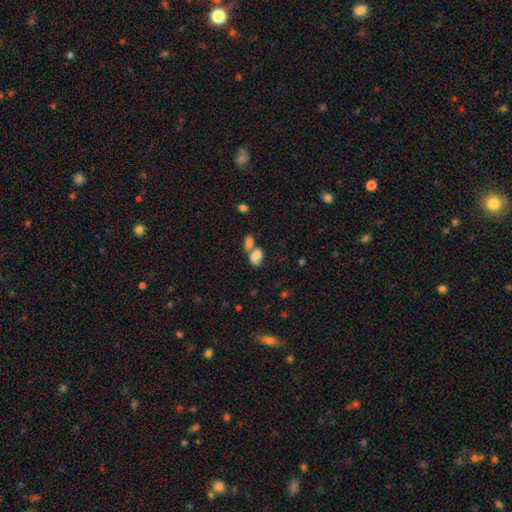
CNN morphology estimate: smooth_or_featured: smooth (p=0.77) [alt: featured or disk p=0.13]
how_rounded: in between (p=0.84) [alt: round p=0.15]
merging: merger (p=0.56) [alt: none p=0.26]